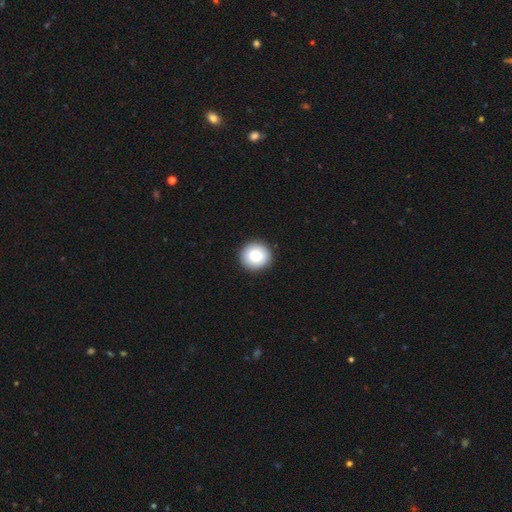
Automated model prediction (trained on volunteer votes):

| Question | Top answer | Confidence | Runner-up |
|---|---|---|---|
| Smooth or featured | smooth | 80% | featured or disk (11%) |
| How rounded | round | 94% | in between (5%) |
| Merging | none | 93% | minor disturbance (4%) |